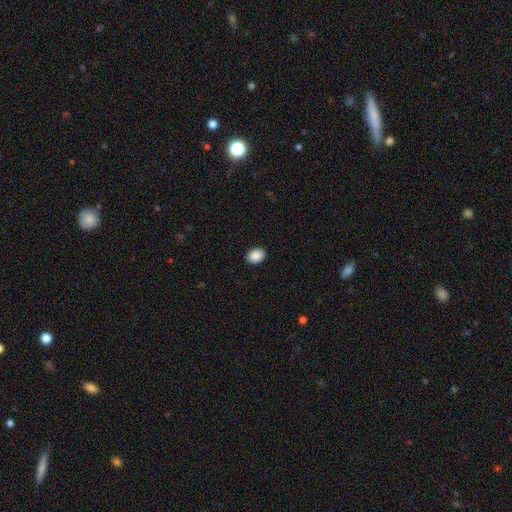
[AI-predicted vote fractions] A smooth galaxy with no disk features (90%) that is in between round and cigar-shaped (69%).

Vote fractions:
- Smooth or featured? smooth: 90% / star or artifact: 7% / featured or disk: 3%
- How rounded? in between: 69% / round: 30% / cigar-shaped: 1%
- Merging? none: 91% / minor disturbance: 7% / major disturbance: 2% / merger: 1%